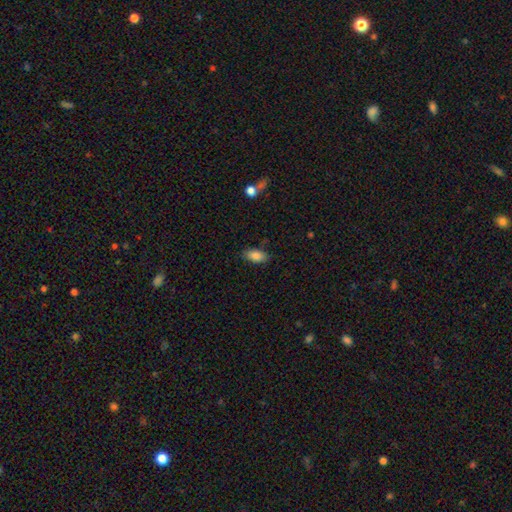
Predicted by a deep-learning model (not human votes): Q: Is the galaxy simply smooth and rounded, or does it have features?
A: smooth — 85%.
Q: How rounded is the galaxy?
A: in between — 91%.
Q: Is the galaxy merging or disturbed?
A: none — 84%.